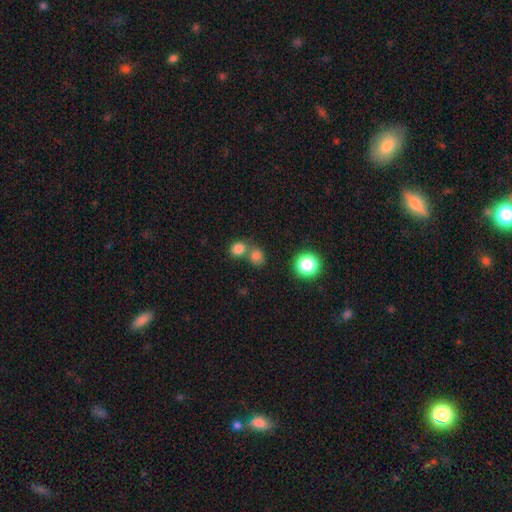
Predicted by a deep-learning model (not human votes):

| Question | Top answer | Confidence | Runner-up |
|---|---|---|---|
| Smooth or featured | smooth | 78% | star or artifact (16%) |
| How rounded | round | 73% | in between (26%) |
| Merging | none | 53% | merger (36%) |